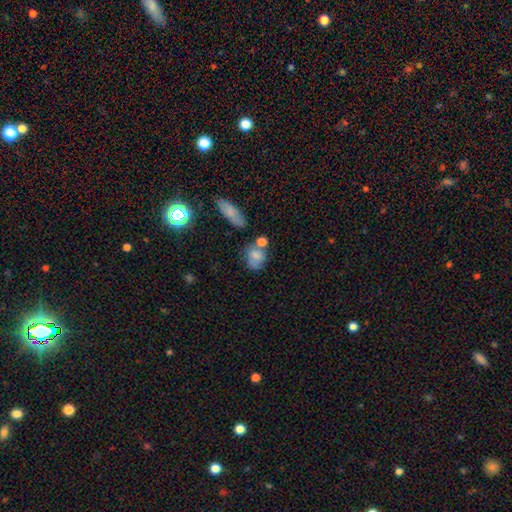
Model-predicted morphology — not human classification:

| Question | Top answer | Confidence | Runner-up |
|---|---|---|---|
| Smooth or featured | smooth | 73% | featured or disk (17%) |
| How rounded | in between | 49% | round (48%) |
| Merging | none | 46% | merger (23%) |